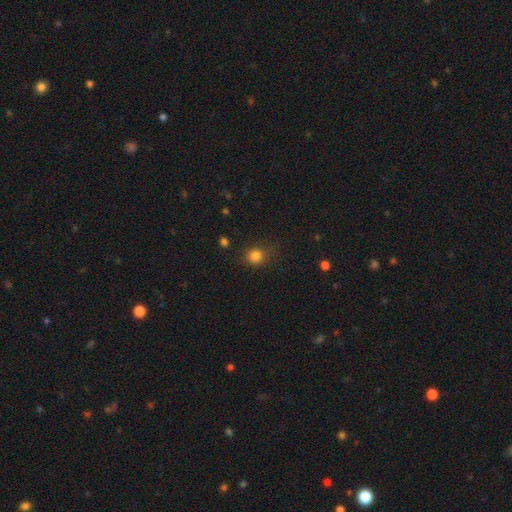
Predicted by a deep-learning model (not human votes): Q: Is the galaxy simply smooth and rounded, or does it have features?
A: smooth — 82%.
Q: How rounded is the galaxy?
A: round — 81%.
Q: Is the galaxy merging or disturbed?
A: none — 80%.